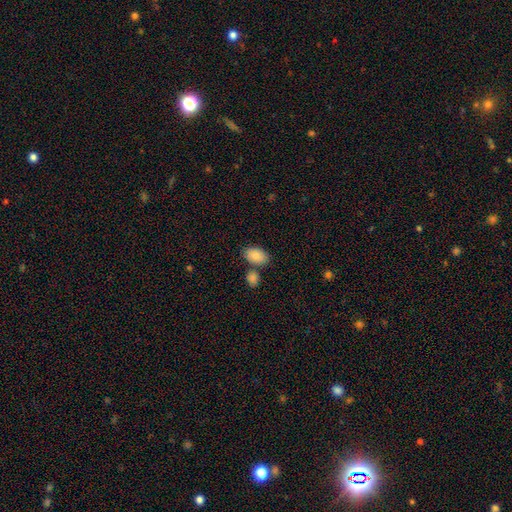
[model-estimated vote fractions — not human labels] Morphology: type=smooth (87%); roundness=in between (90%); merging=none (69%).